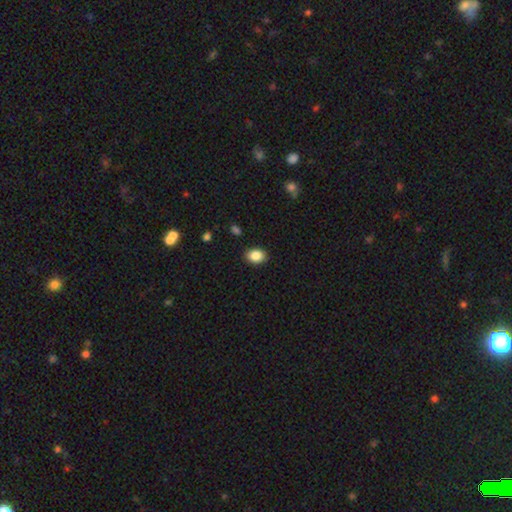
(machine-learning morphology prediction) A smooth galaxy with no disk features (87%) that is in between round and cigar-shaped (69%).

Vote fractions:
- Smooth or featured? smooth: 87% / star or artifact: 9% / featured or disk: 4%
- How rounded? in between: 69% / round: 30% / cigar-shaped: 1%
- Merging? none: 89% / minor disturbance: 8% / major disturbance: 2% / merger: 1%